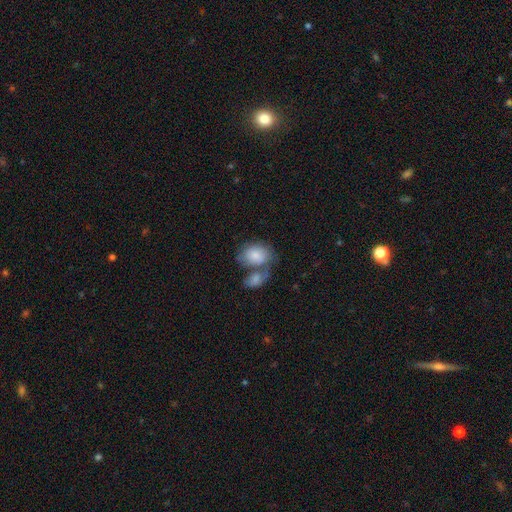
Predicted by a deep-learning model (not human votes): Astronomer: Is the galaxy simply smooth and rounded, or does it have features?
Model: smooth — 78%.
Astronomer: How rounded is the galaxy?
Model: in between — 74%.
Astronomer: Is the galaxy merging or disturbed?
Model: merger — 53%.